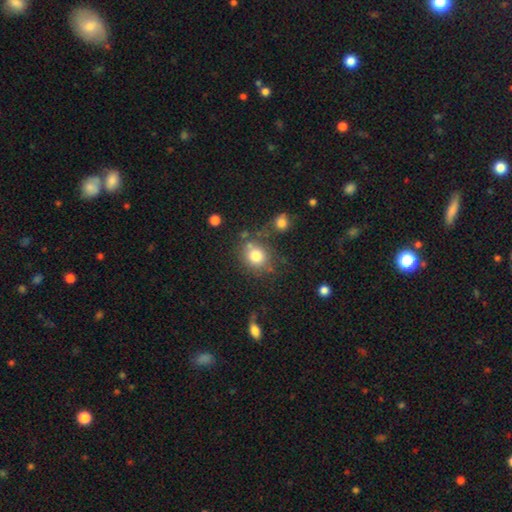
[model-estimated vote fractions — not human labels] smooth 79%, star or artifact 12%, featured or disk 10%. Down the decision tree: how rounded — round (75%); merging — none (67%).